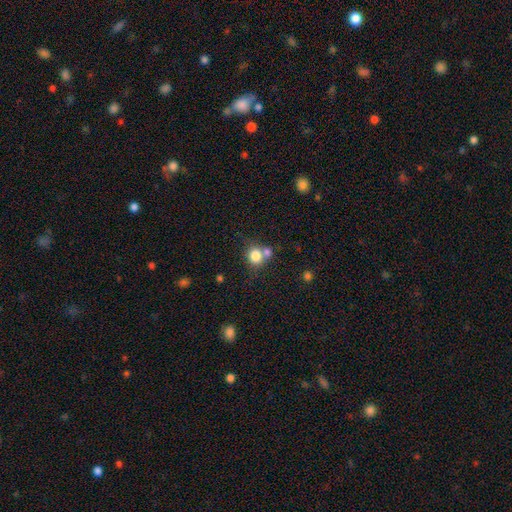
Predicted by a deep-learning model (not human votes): Smooth or featured?
  - smooth: 81% *
  - star or artifact: 11%
  - featured or disk: 9%
How rounded?
  - round: 78% *
  - in between: 21%
  - cigar-shaped: 1%
Merging?
  - none: 48% *
  - merger: 37%
  - minor disturbance: 11%
  - major disturbance: 4%